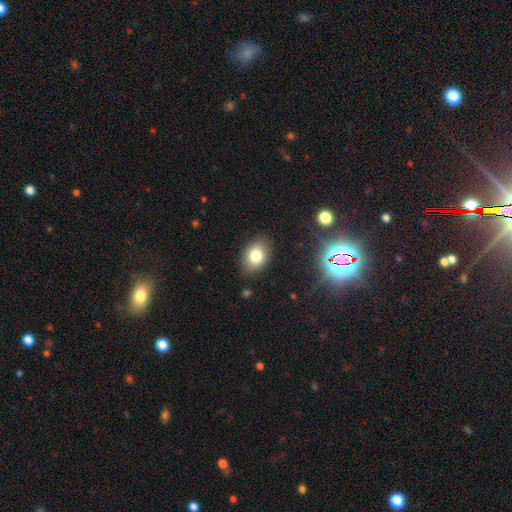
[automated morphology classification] This is likely a smooth galaxy (79%). How rounded: likely in between (79%). Merging: clearly none (85%).